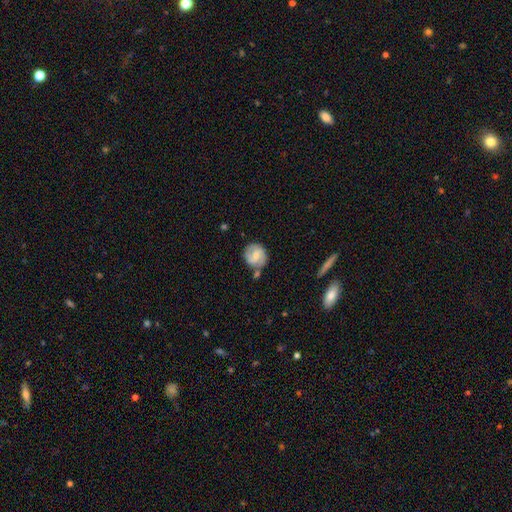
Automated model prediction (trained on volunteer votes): Smooth or featured? featured or disk (62%)
Edge-on disk? no (97%)
Bar? weak (52%)
Spiral arms? yes (89%)
Spiral winding? medium (45%)
Spiral arm count? 2 (82%)
Bulge size? small (44%, tied with moderate)
Merging? none (63%)